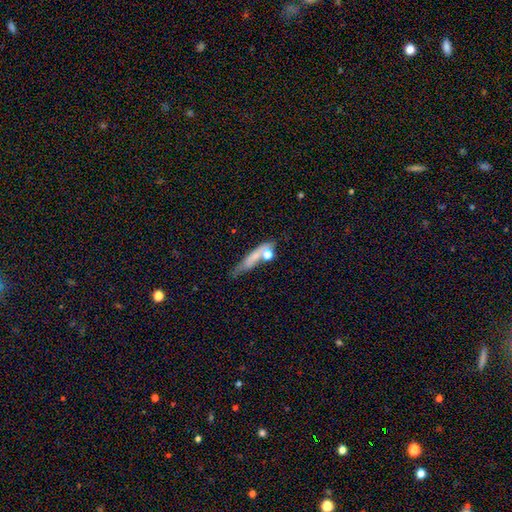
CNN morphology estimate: This appears to be a smooth galaxy with no disk features (60%) that is cigar-shaped (68%). Merging: none (46%).